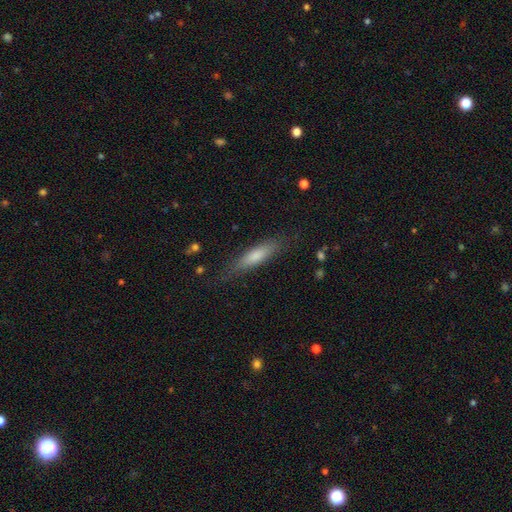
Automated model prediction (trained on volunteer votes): A smooth galaxy with no disk features (72%) that is cigar-shaped (72%).

Vote fractions:
- Smooth or featured? smooth: 72% / featured or disk: 22% / star or artifact: 6%
- How rounded? cigar-shaped: 72% / in between: 26% / round: 2%
- Merging? none: 77% / minor disturbance: 17% / major disturbance: 5% / merger: 2%